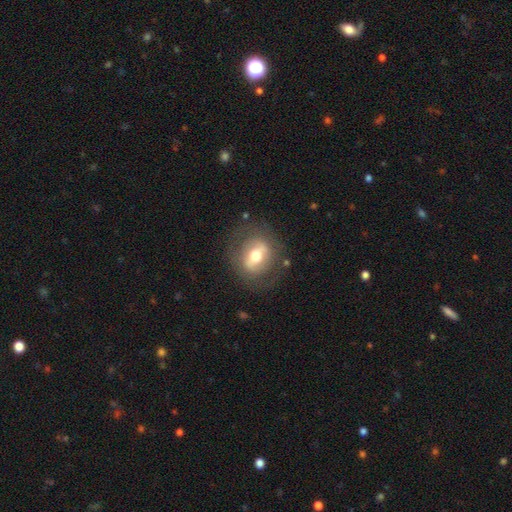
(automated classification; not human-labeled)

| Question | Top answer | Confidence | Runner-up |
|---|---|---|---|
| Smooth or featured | featured or disk | 51% | smooth (41%) |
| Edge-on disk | no | 89% | yes (11%) |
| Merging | none | 76% | minor disturbance (14%) |